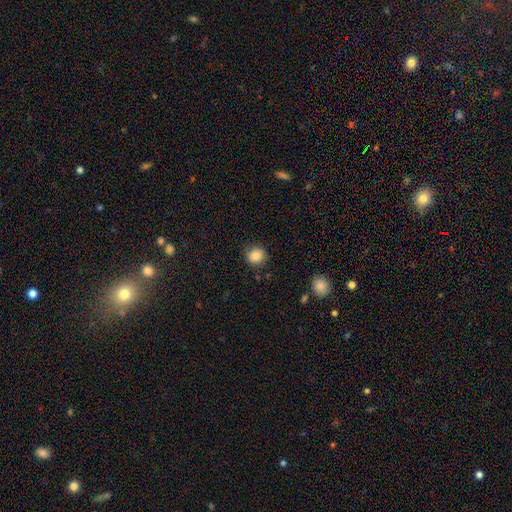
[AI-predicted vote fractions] The model was most divided on "how rounded": round: 87%, in between: 12%, cigar-shaped: 1%. More confident: merging — none (86%); smooth or featured — smooth (86%).